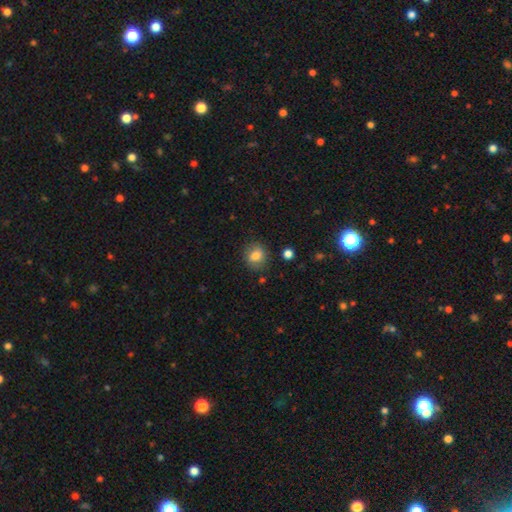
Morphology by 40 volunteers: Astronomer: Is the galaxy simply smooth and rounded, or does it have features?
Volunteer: smooth — 85%.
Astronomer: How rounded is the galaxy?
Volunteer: round — 59% (runner-up: in between, 41%).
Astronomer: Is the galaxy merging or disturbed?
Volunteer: none — 74%.